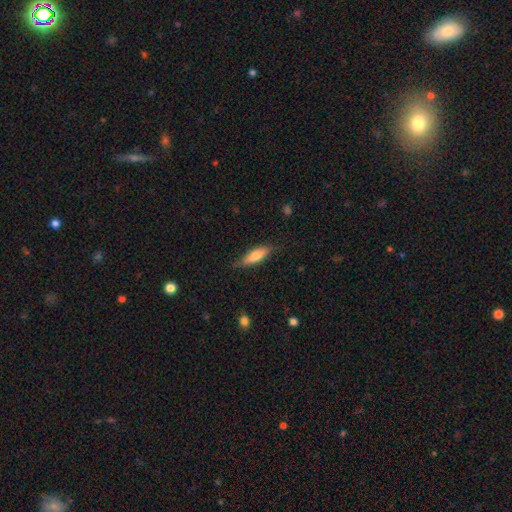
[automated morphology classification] type=smooth (71%); roundness=cigar-shaped (51%); merging=none (76%).